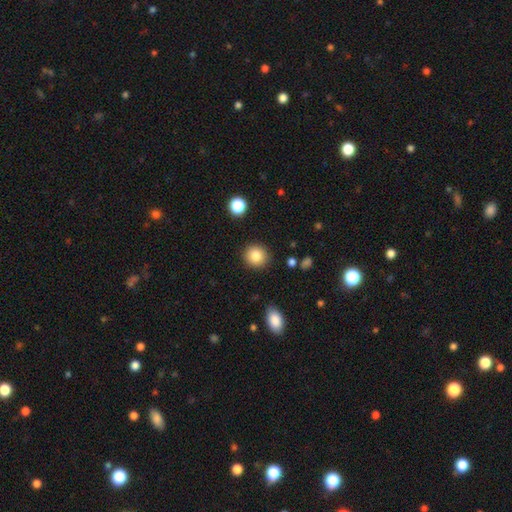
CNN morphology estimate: The model was most divided on "smooth or featured": smooth: 84%, star or artifact: 9%, featured or disk: 7%. More confident: merging — none (89%); how rounded — round (89%).